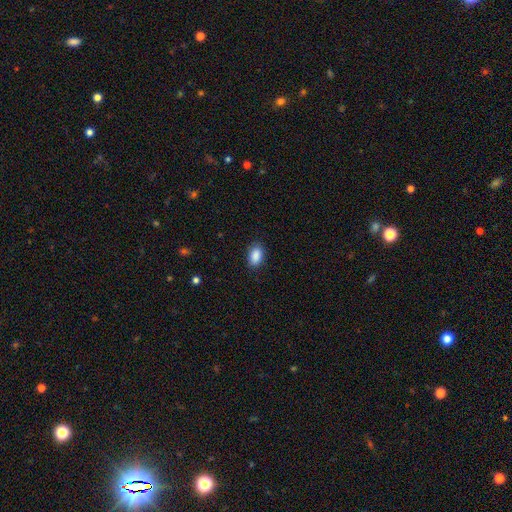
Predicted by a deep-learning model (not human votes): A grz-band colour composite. It shows a smooth galaxy with no disk features (90%) that is in between round and cigar-shaped (91%). Merging: none (86%).